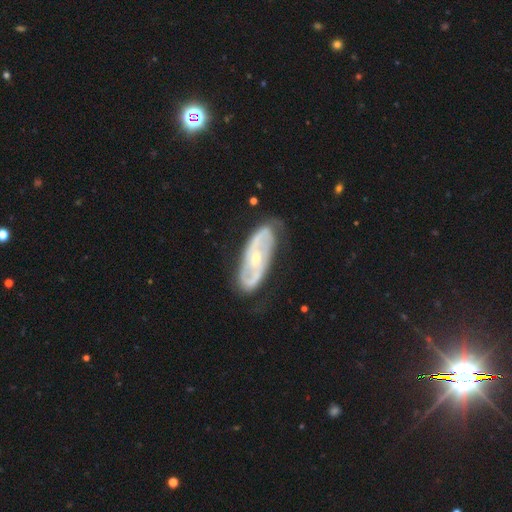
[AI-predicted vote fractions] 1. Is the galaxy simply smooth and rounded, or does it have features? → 83% featured or disk, 11% smooth, 6% star or artifact.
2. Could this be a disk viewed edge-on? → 88% no, 12% yes.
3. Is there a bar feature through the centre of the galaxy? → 59% no, 27% weak, 13% strong.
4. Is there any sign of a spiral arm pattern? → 87% yes, 13% no.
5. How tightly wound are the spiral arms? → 45% tight, 39% medium, 15% loose.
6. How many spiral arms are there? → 75% 2, 15% can't tell, 4% 3, 2% 1, 2% 4, 2% more than 4.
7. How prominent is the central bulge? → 58% small, 39% moderate, 1% large, 1% none, 1% dominant.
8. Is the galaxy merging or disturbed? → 82% none, 13% minor disturbance, 4% major disturbance, 1% merger.